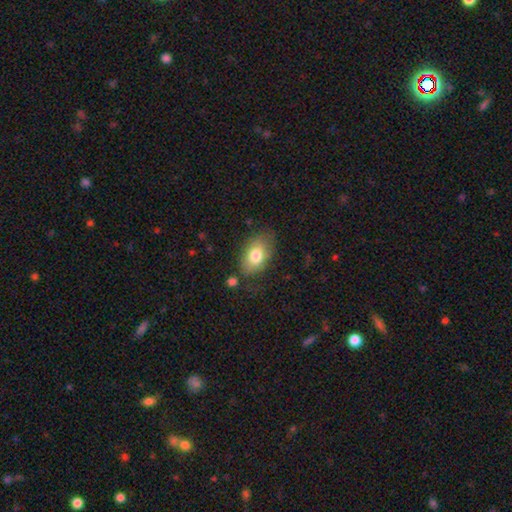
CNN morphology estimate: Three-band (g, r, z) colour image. It shows a smooth galaxy with no disk features (78%) that is in between round and cigar-shaped (89%). Merging: none (73%).